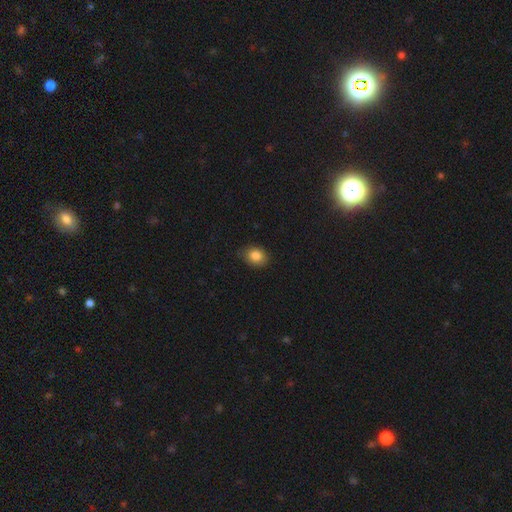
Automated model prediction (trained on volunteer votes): Smooth or featured? smooth (85%)
How rounded? in between (60%)
Merging? none (81%)